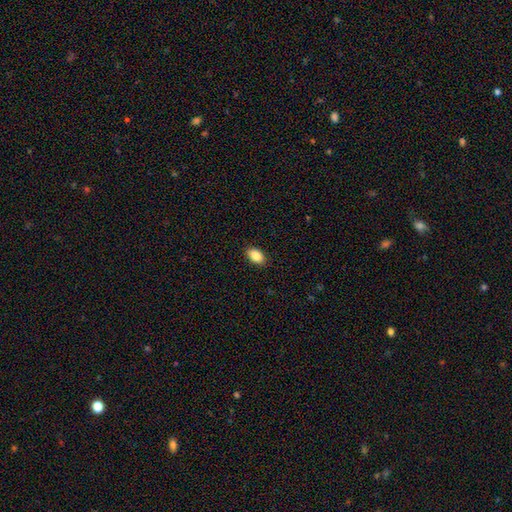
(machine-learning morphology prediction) Smooth or featured? smooth (88%)
How rounded? in between (91%)
Merging? none (89%)